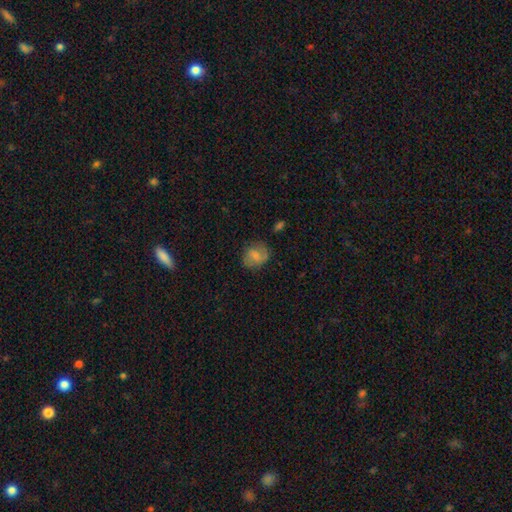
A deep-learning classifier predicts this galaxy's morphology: This is likely a smooth galaxy (63%). How rounded: likely round (65%). Merging: likely none (70%).